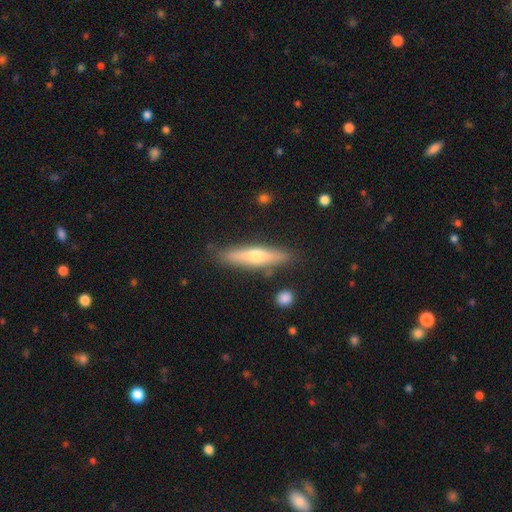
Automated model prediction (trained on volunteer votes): smooth_or_featured: featured or disk (p=0.54) [alt: smooth p=0.40]
disk_edge_on: yes (p=0.92) [alt: no p=0.08]
merging: none (p=0.85) [alt: minor disturbance p=0.10]